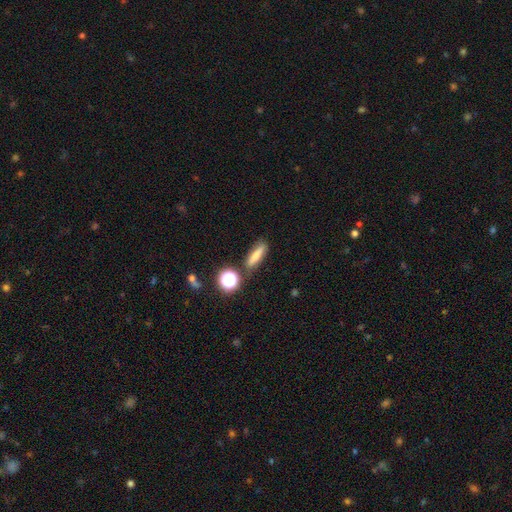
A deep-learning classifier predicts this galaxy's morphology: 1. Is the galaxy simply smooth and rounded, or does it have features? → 70% smooth, 17% featured or disk, 13% star or artifact.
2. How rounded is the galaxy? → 64% cigar-shaped, 26% in between, 10% round.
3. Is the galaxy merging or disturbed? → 82% none, 10% minor disturbance, 5% merger, 3% major disturbance.